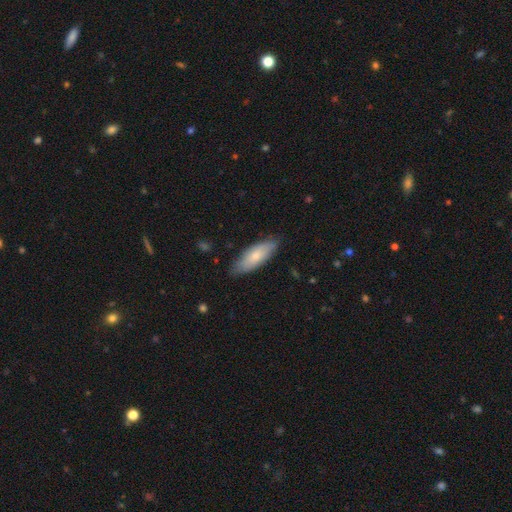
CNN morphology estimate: This appears to be a smooth galaxy with no disk features (75%) that is in between round and cigar-shaped (63%). Merging: none (83%).